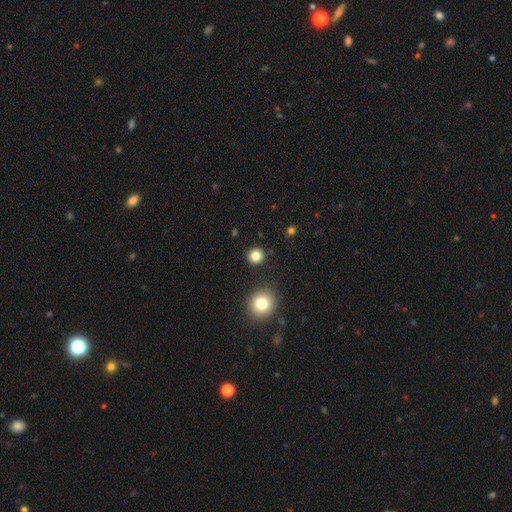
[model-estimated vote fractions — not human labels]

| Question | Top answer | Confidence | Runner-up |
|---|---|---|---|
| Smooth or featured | smooth | 84% | star or artifact (12%) |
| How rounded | round | 91% | in between (8%) |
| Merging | none | 91% | minor disturbance (5%) |